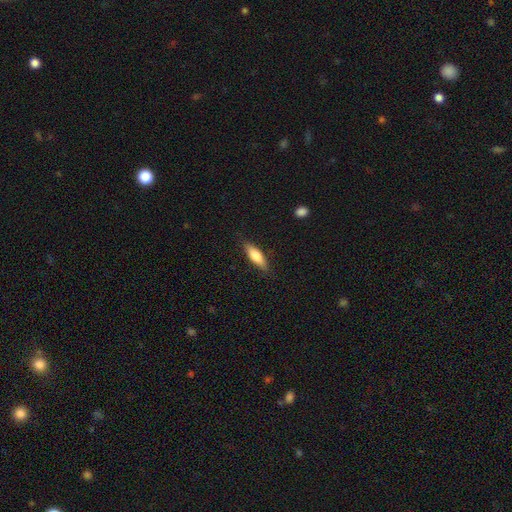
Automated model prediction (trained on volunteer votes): This appears to be a smooth galaxy with no disk features (69%) that is cigar-shaped (54%). Merging: none (85%).